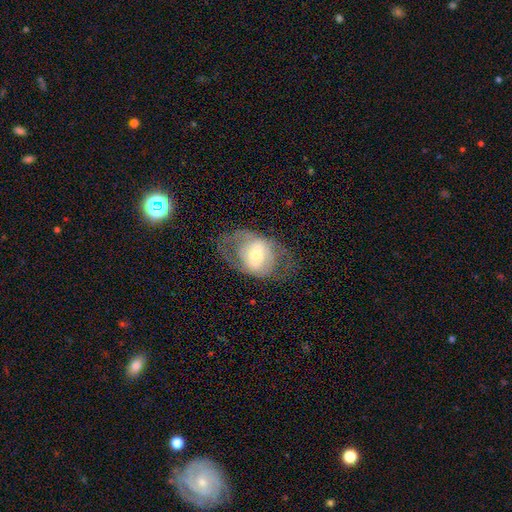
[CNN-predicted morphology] The model was most divided on "bar": no: 40%, weak: 37%, strong: 23%. More confident: edge-on disk — no (93%); merging — none (59%); smooth or featured — featured or disk (59%); spiral arms — yes (54%); bulge size — moderate (50%).